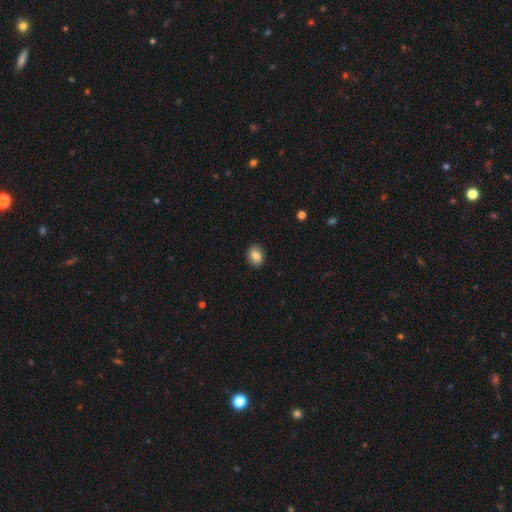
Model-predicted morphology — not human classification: This appears to be a smooth galaxy with no disk features (82%) that is in between round and cigar-shaped (54%). Merging: none (88%).